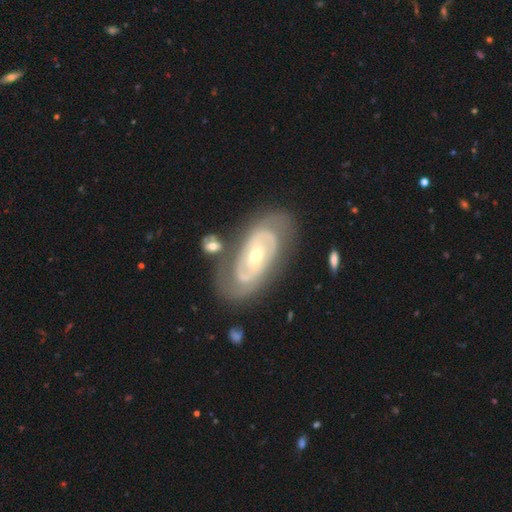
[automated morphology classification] smooth-or-featured: featured or disk: 87% | smooth: 8% | star or artifact: 5%
  disk-edge-on: no: 95% | yes: 5%
    bar: no: 58% | weak: 28% | strong: 14%
    has-spiral-arms: yes: 91% | no: 9%
      spiral-winding: tight: 67% | medium: 26% | loose: 7%
      spiral-arm-count: 2: 69% | can't tell: 17% | 3: 7% | 1: 3% | 4: 2% | more than 4: 2%
    bulge-size: small: 50% | moderate: 47% | large: 2% | none: 1% | dominant: 1%
  merging: none: 74% | minor disturbance: 15% | major disturbance: 6% | merger: 5%